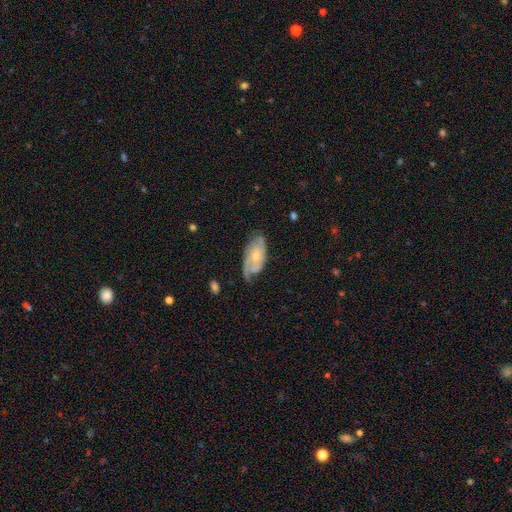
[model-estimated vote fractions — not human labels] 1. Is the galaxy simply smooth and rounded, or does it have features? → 66% featured or disk, 28% smooth, 6% star or artifact.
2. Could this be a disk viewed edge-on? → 94% no, 6% yes.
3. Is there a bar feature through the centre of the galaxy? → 71% no, 25% weak, 4% strong.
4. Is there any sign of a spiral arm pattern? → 86% yes, 14% no.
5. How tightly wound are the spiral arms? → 41% tight, 40% medium, 19% loose.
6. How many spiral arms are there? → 43% 2, 28% can't tell, 16% 1, 8% 3, 2% 4, 2% more than 4.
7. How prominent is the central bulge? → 50% small, 40% moderate, 5% none, 3% large, 1% dominant.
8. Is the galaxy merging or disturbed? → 53% none, 30% minor disturbance, 14% major disturbance, 3% merger.